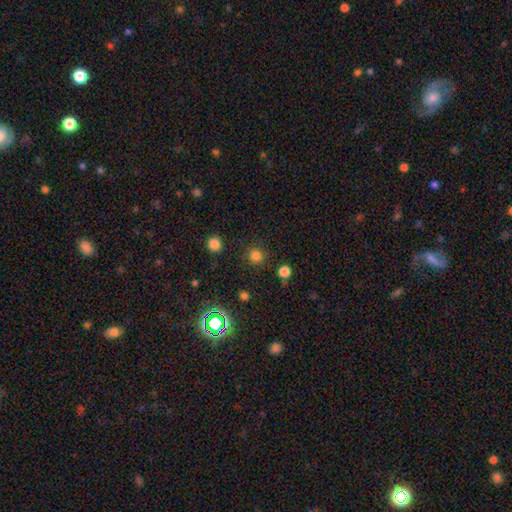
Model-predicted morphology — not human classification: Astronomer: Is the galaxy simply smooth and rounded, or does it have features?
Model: smooth — 76%.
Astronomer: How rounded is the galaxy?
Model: round — 94%.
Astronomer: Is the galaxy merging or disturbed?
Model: none — 88%.